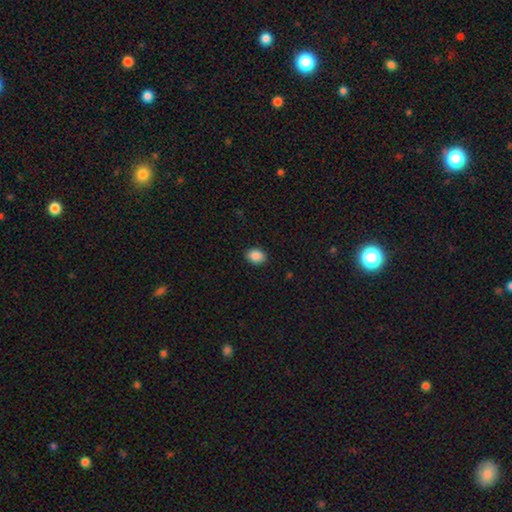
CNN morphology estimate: A smooth galaxy with no disk features (89%) that is in between round and cigar-shaped (65%). Merging: none (90%).